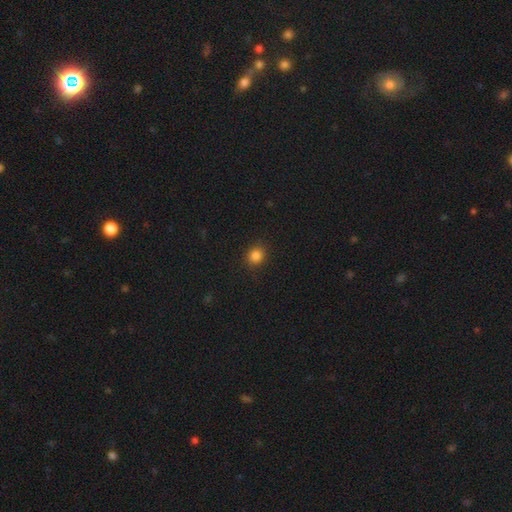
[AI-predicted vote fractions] Smooth or featured?
  - smooth: 84% *
  - star or artifact: 12%
  - featured or disk: 4%
How rounded?
  - round: 81% *
  - in between: 18%
  - cigar-shaped: 1%
Merging?
  - none: 90% *
  - minor disturbance: 7%
  - major disturbance: 2%
  - merger: 1%